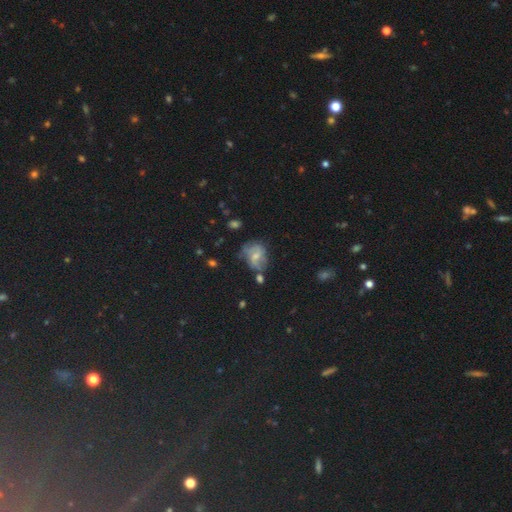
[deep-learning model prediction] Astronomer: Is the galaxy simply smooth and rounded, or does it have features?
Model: featured or disk — 46% (runner-up: smooth, 42%).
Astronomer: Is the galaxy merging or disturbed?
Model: none — 44% (runner-up: minor disturbance, 28%).